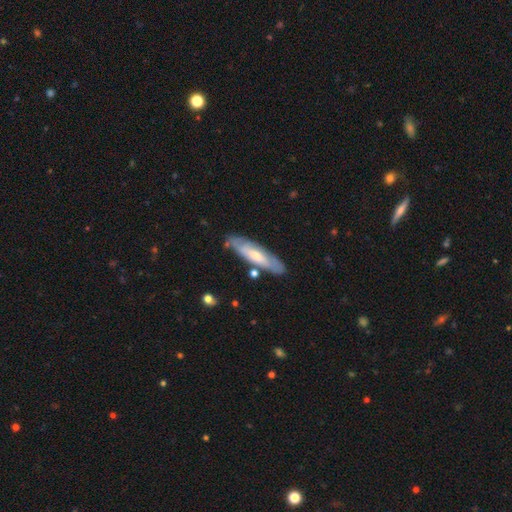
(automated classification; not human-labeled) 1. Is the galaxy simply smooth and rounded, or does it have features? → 55% featured or disk, 39% smooth, 5% star or artifact.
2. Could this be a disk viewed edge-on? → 58% no, 42% yes.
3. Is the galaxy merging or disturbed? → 78% none, 15% minor disturbance, 4% merger, 3% major disturbance.